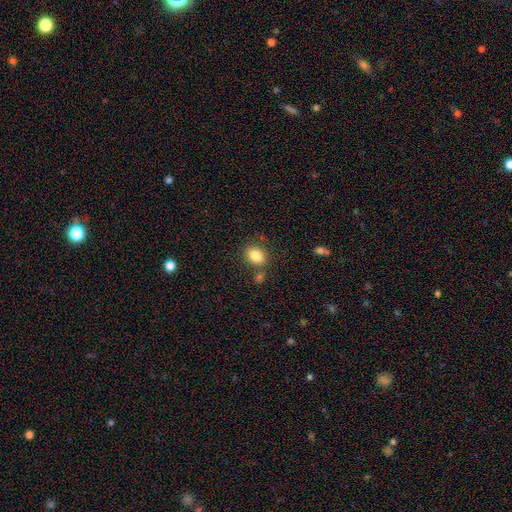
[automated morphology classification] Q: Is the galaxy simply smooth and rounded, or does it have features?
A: smooth — 84%.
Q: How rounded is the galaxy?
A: in between — 71%.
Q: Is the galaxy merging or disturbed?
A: none — 71%.